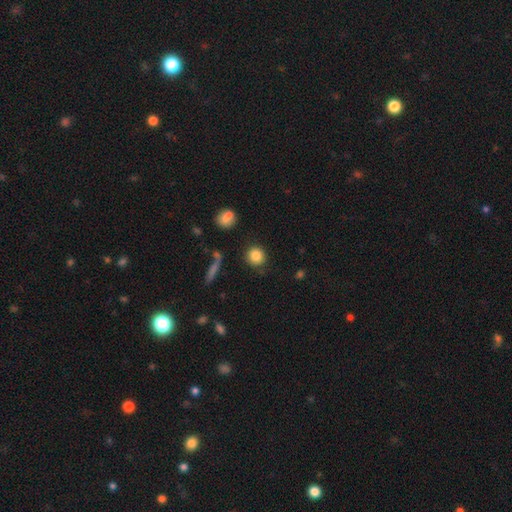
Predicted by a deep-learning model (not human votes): smooth-or-featured: smooth: 84% | star or artifact: 9% | featured or disk: 7%
  how-rounded: round: 90% | in between: 9% | cigar-shaped: 1%
  merging: none: 82% | minor disturbance: 11% | major disturbance: 4% | merger: 3%